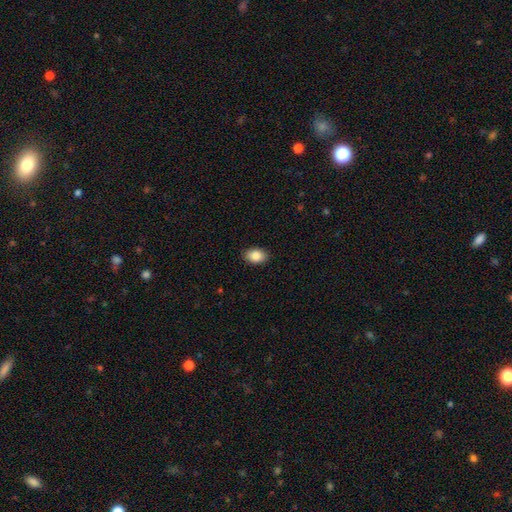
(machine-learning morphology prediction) smooth 87%, star or artifact 8%, featured or disk 5%. Down the decision tree: how rounded — in between (85%); merging — none (89%).